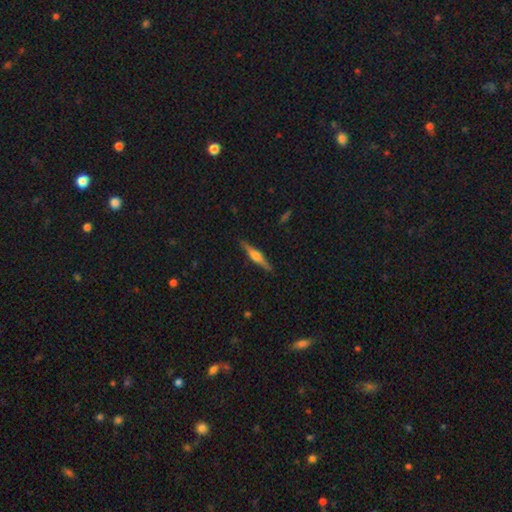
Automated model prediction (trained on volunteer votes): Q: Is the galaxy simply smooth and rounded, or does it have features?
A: featured or disk — 70%.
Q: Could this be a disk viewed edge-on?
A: yes — 98%.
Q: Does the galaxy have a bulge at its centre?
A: rounded — 84%.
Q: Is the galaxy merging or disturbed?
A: none — 90%.